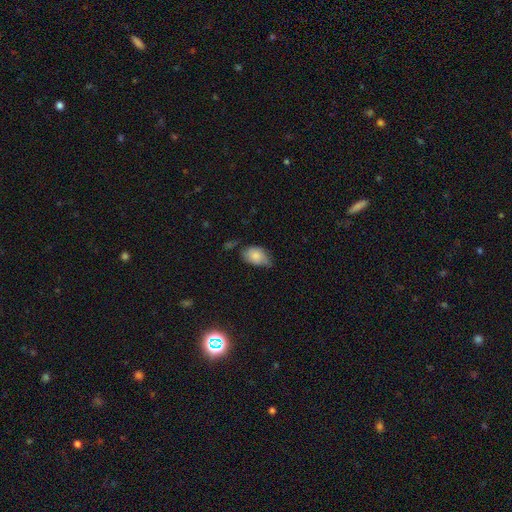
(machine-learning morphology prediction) Smooth or featured? Predicted: smooth (p=0.78). How rounded? Predicted: in between (p=0.84). Merging? Predicted: minor disturbance (p=0.45).